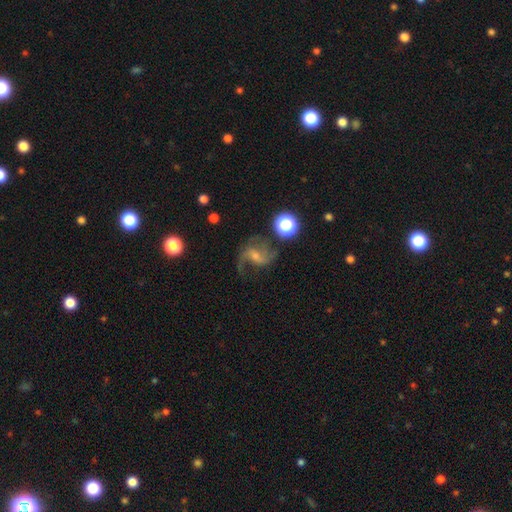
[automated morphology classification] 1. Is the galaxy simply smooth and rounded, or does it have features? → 75% featured or disk, 13% smooth, 11% star or artifact.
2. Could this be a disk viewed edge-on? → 97% no, 3% yes.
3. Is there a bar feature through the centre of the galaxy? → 50% weak, 30% no, 20% strong.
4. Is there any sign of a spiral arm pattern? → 93% yes, 7% no.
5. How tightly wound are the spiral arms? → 65% loose, 29% medium, 6% tight.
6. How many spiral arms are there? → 70% 2, 17% 1, 6% can't tell, 4% 3, 2% 4, 2% more than 4.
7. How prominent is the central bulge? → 54% small, 32% moderate, 10% none, 3% large, 1% dominant.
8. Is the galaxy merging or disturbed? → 54% none, 23% major disturbance, 19% minor disturbance, 4% merger.